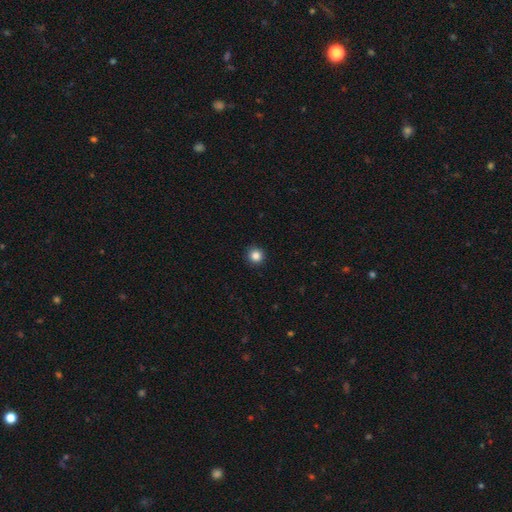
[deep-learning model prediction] This is clearly a smooth galaxy (85%). How rounded: clearly round (95%). Merging: clearly none (93%).